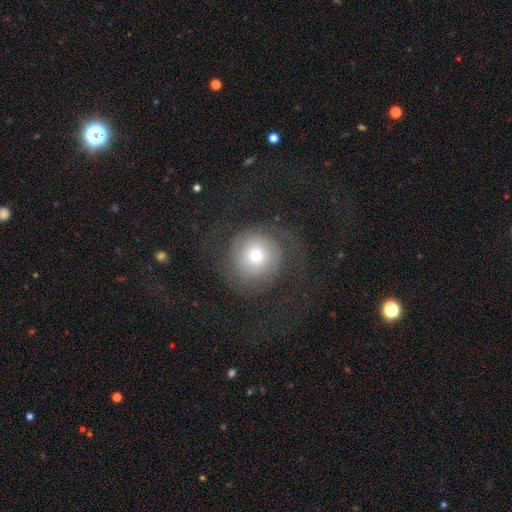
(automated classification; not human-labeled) featured or disk 58%, smooth 33%, star or artifact 10%. Down the decision tree: edge-on disk — no (97%); bar — no (80%); spiral arms — yes (81%); bulge size — moderate (48%); merging — none (65%).